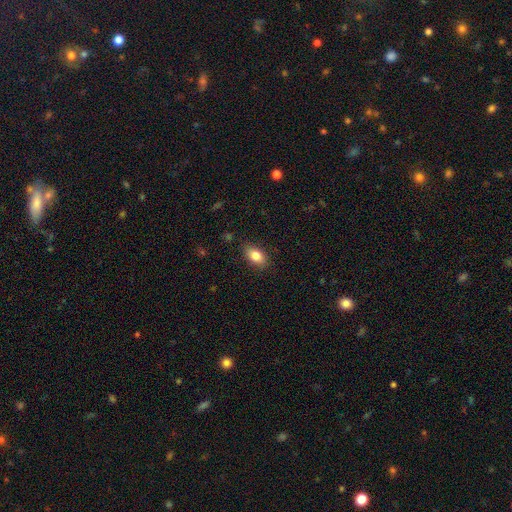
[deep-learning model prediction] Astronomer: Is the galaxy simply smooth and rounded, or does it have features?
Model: smooth — 83%.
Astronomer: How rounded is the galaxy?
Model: in between — 87%.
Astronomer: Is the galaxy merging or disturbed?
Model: none — 85%.